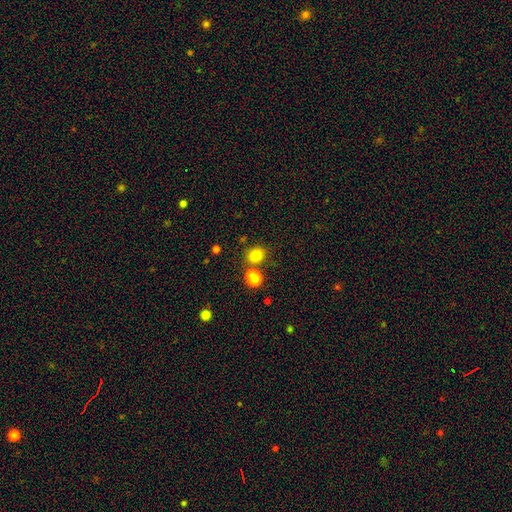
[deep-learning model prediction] Smooth or featured?
  - smooth: 79% *
  - star or artifact: 13%
  - featured or disk: 8%
How rounded?
  - round: 68% *
  - in between: 31%
  - cigar-shaped: 1%
Merging?
  - none: 65% *
  - merger: 22%
  - minor disturbance: 10%
  - major disturbance: 4%